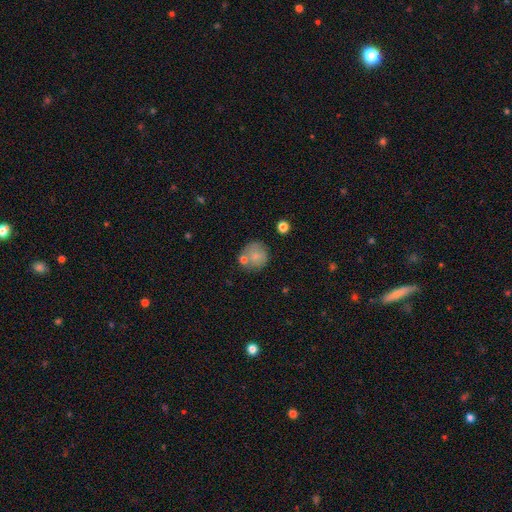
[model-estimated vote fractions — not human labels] A smooth galaxy with no disk features (76%) that is round (91%).

Vote fractions:
- Smooth or featured? smooth: 76% / featured or disk: 14% / star or artifact: 10%
- How rounded? round: 91% / in between: 8% / cigar-shaped: 1%
- Merging? none: 66% / merger: 16% / minor disturbance: 14% / major disturbance: 5%